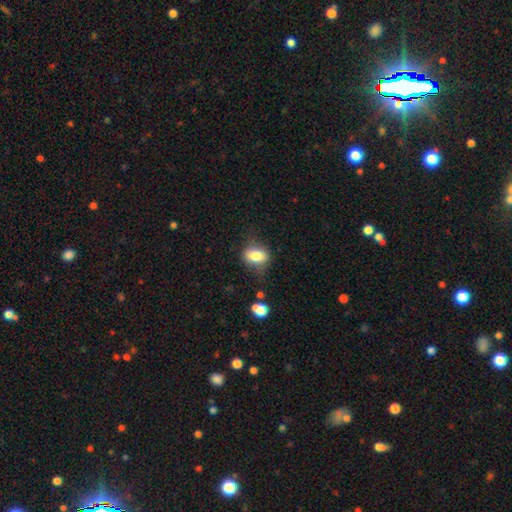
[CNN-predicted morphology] Smooth or featured? smooth (76%)
How rounded? in between (71%)
Merging? none (66%)